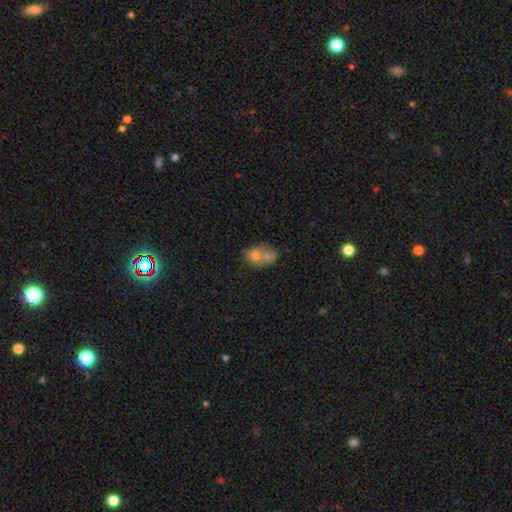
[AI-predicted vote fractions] Morphology: type=smooth (68%); roundness=in between (53%); merging=merger (60%).